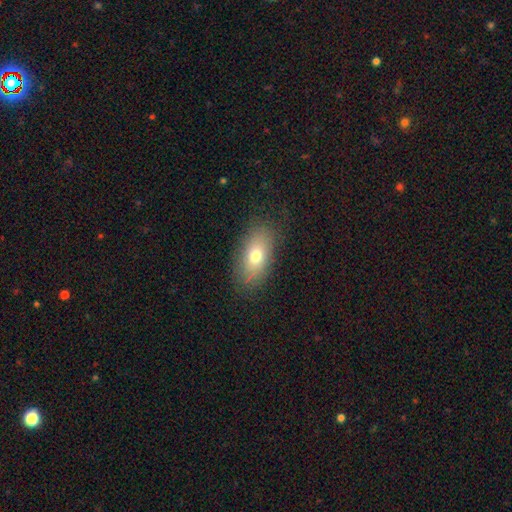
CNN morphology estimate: This appears to be a smooth galaxy with no disk features (71%) that is in between round and cigar-shaped (86%). Merging: none (82%).